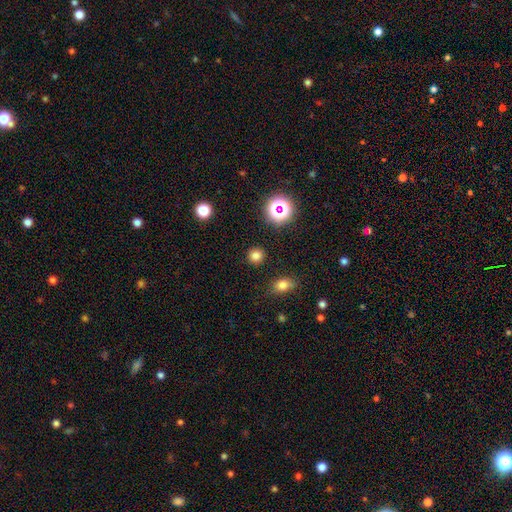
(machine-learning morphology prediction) smooth 77%, star or artifact 18%, featured or disk 5%. Down the decision tree: how rounded — round (90%); merging — none (89%).